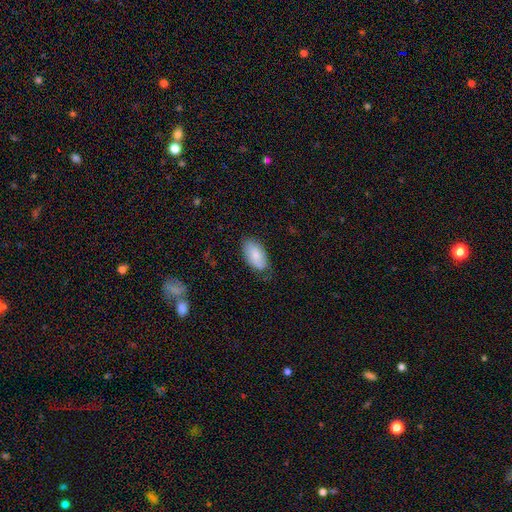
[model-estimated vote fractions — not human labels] Q: Smooth or featured?
A: smooth (79%); runner-up: featured or disk (15%)
Q: How rounded?
A: in between (94%); runner-up: cigar-shaped (3%)
Q: Merging?
A: none (74%); runner-up: minor disturbance (21%)